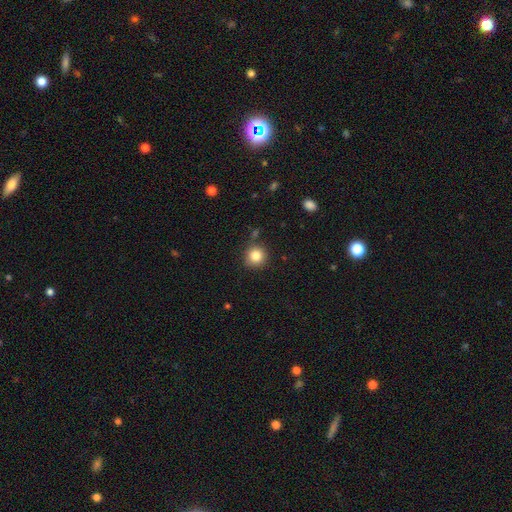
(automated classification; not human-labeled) smooth_or_featured: smooth (p=0.84) [alt: star or artifact p=0.11]
how_rounded: round (p=0.92) [alt: in between p=0.07]
merging: none (p=0.85) [alt: minor disturbance p=0.09]